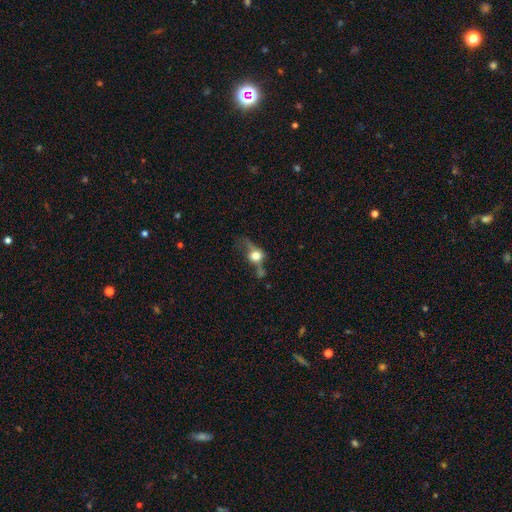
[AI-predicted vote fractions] smooth-or-featured: smooth: 51% | featured or disk: 37% | star or artifact: 12%
  how-rounded: round: 54% | in between: 37% | cigar-shaped: 8%
  merging: none: 33% | major disturbance: 32% | minor disturbance: 20% | merger: 15%